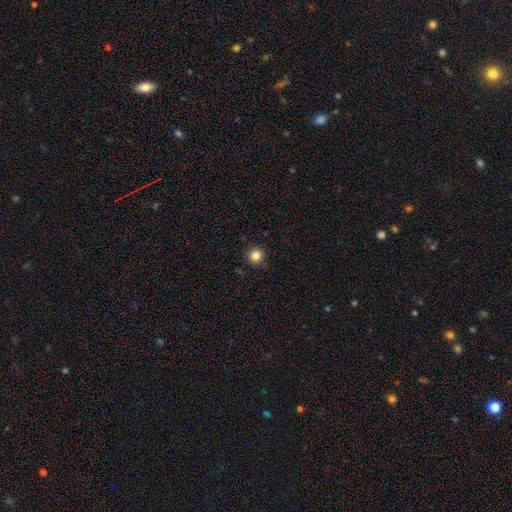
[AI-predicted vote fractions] Smooth or featured? smooth (84%)
How rounded? round (96%)
Merging? none (91%)